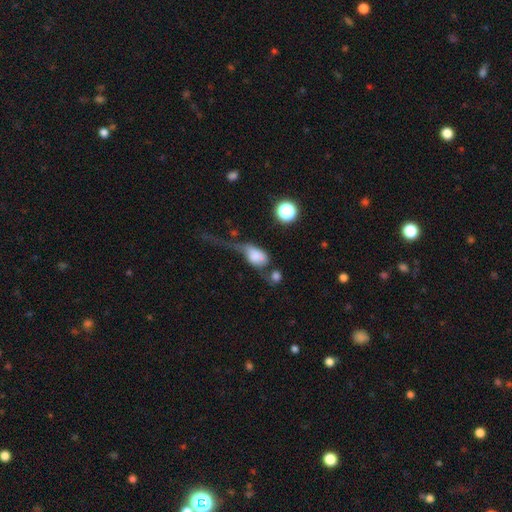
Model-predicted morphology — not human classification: smooth 67%, featured or disk 23%, star or artifact 10%. Down the decision tree: how rounded — in between (78%); merging — major disturbance (55%).